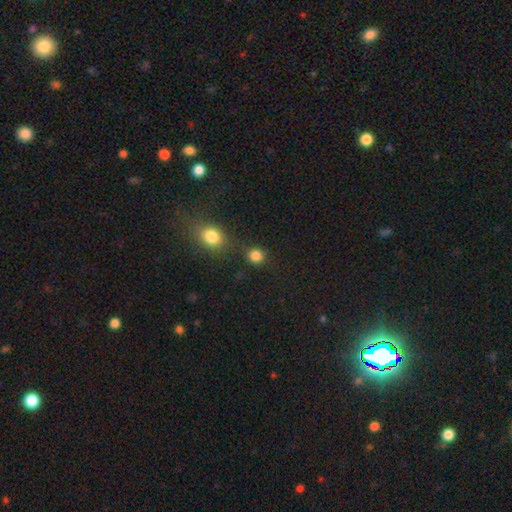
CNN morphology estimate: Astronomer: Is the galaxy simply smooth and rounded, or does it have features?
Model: smooth — 84%.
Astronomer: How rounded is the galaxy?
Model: round — 88%.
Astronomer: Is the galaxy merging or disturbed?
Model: none — 79%.